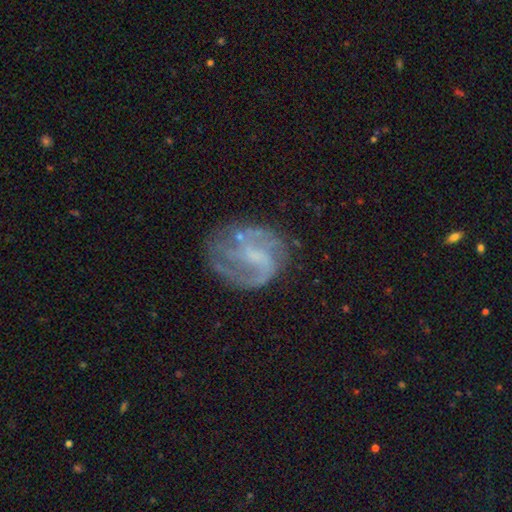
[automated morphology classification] Smooth or featured: featured or disk — 77% (smooth — 15%)
Edge-on disk: no — 98% (yes — 2%)
Bar: weak — 47% (no — 35%)
Spiral arms: yes — 83% (no — 17%)
Spiral winding: medium — 43% (tight — 29%)
Spiral arm count: 2 — 43% (can't tell — 24%)
Bulge size: none — 45% (small — 31%)
Merging: none — 57% (minor disturbance — 20%)